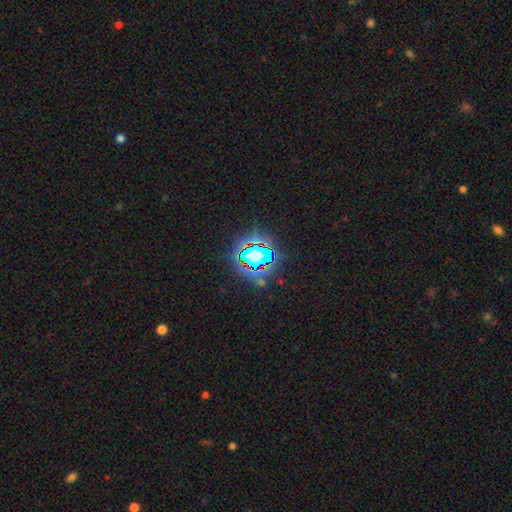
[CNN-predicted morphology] Q: Smooth or featured?
A: star or artifact (80%); runner-up: smooth (12%)